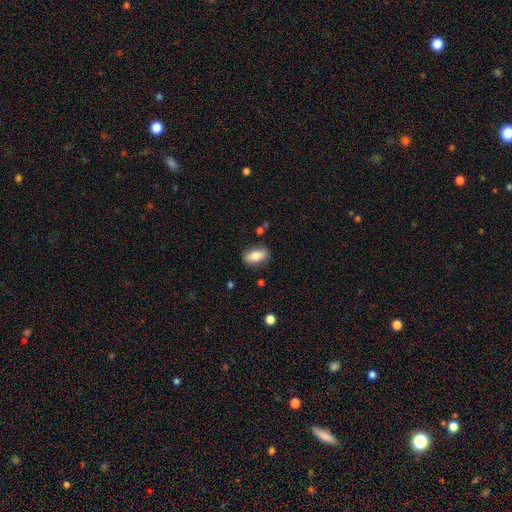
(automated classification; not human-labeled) Smooth or featured: smooth — 79% (featured or disk — 14%)
How rounded: in between — 88% (round — 6%)
Merging: none — 84% (minor disturbance — 12%)